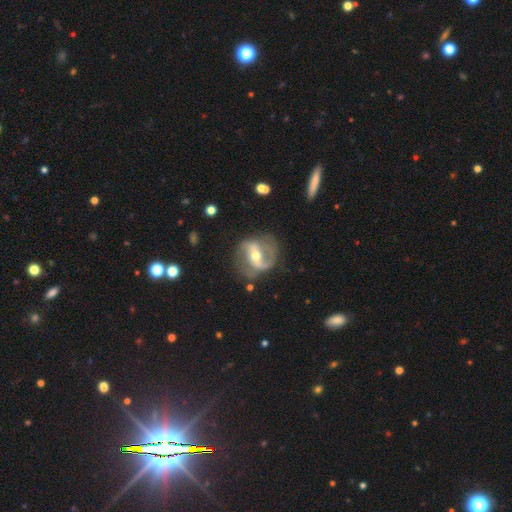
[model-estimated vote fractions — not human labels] This is clearly a featured or disk galaxy (83%). It is clearly not viewed edge-on (96%). Bar: possibly strong (45%). Spiral arm pattern: clearly yes (88%). Spiral arm count: likely 2 (79%). Spiral winding: marginally medium (44%). Central bulge: likely moderate (63%). Merging: likely none (64%).